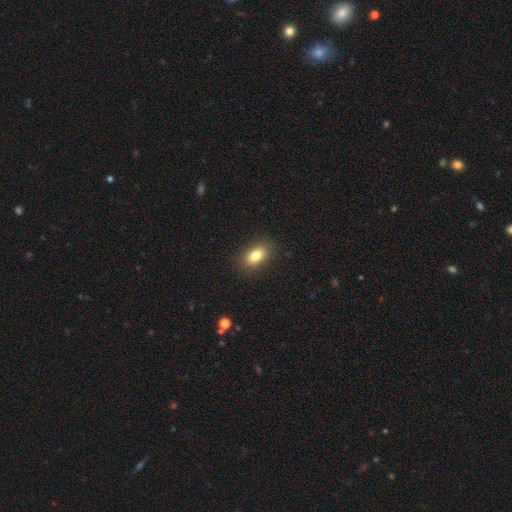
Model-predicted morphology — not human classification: This appears to be a smooth galaxy with no disk features (83%) that is in between round and cigar-shaped (85%). Merging: none (88%).